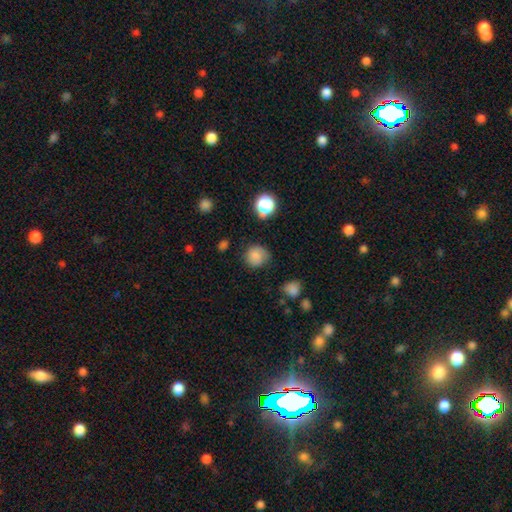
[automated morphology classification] smooth_or_featured: smooth (p=0.80) [alt: star or artifact p=0.13]
how_rounded: round (p=0.88) [alt: in between p=0.11]
merging: none (p=0.73) [alt: minor disturbance p=0.20]